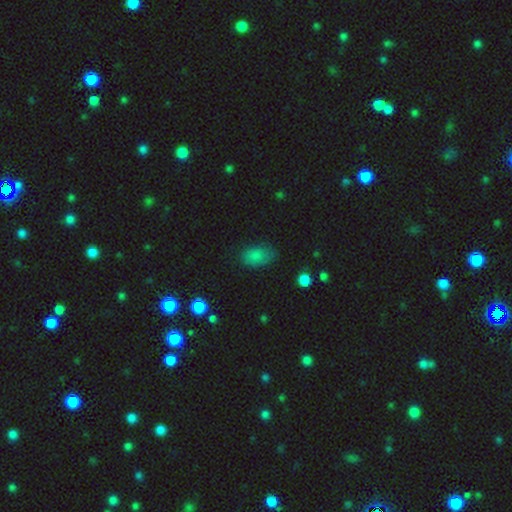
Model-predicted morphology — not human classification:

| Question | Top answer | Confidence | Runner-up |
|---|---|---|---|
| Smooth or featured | smooth | 80% | star or artifact (12%) |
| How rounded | in between | 90% | round (9%) |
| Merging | none | 71% | minor disturbance (21%) |